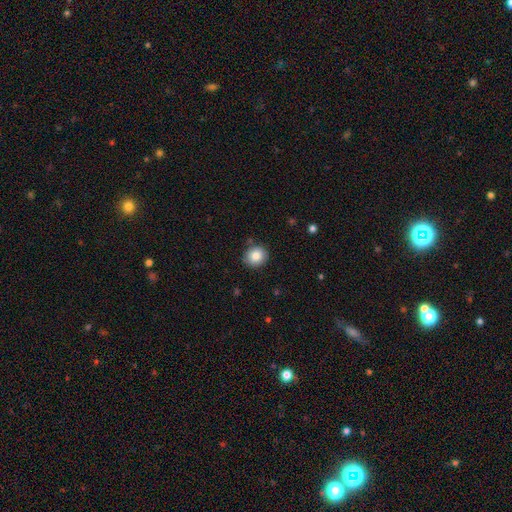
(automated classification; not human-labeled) Q: Smooth or featured?
A: smooth (84%); runner-up: star or artifact (9%)
Q: How rounded?
A: round (81%); runner-up: in between (18%)
Q: Merging?
A: none (86%); runner-up: minor disturbance (10%)